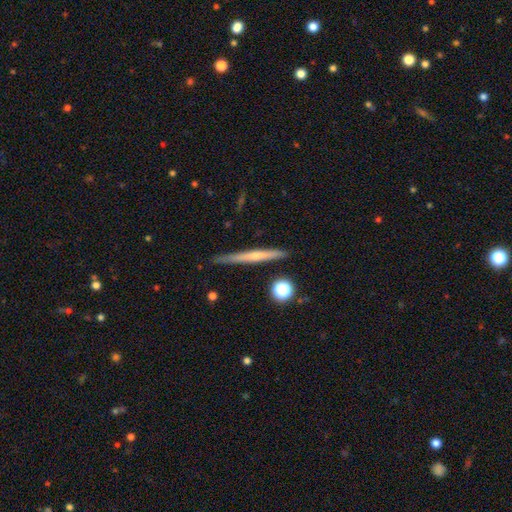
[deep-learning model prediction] Overall: featured or disk (59%; smooth 34%). Edge-on disk: yes (97%). Edge-on bulge: rounded (51%; none 45%). Merging: none (87%).